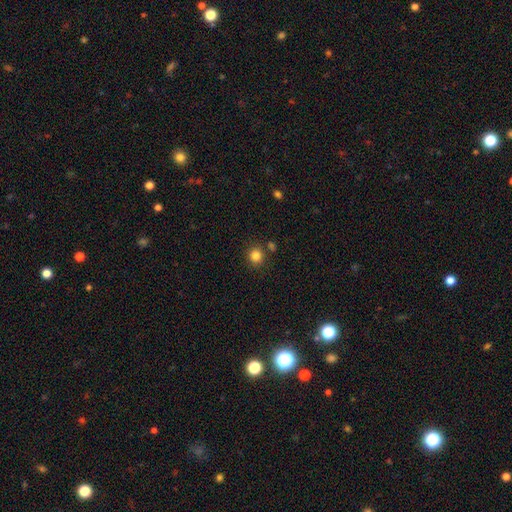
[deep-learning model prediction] This is clearly a smooth galaxy (83%). How rounded: clearly round (89%). Merging: clearly none (83%).